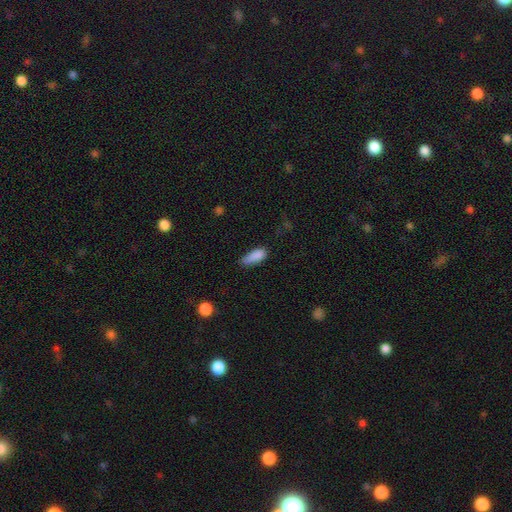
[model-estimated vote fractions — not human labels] This appears to be a smooth galaxy with no disk features (86%) that is in between round and cigar-shaped (73%). Merging: none (55%).